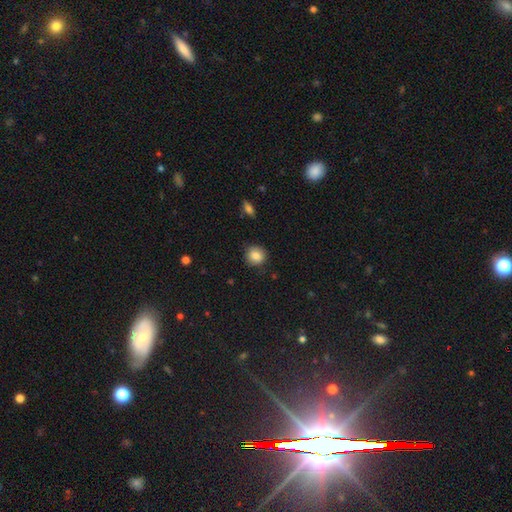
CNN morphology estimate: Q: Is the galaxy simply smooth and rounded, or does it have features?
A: smooth — 85%.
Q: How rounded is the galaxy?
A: round — 87%.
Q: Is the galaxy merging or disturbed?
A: none — 87%.